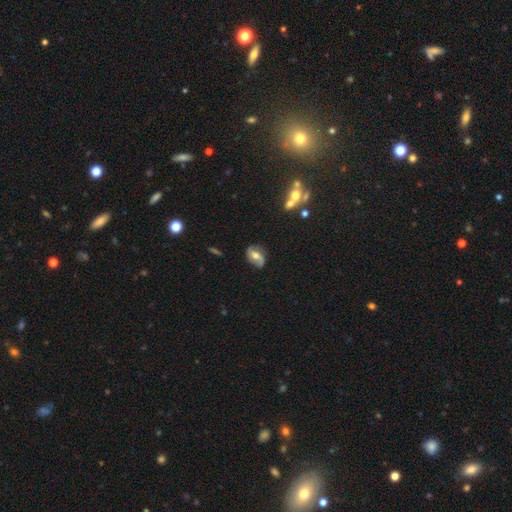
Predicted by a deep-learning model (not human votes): Smooth or featured?
  - featured or disk: 71% *
  - smooth: 21%
  - star or artifact: 8%
Edge-on disk?
  - no: 96% *
  - yes: 4%
Bar?
  - no: 44% *
  - weak: 40%
  - strong: 17%
Spiral arms?
  - yes: 89% *
  - no: 11%
Spiral winding?
  - loose: 45% *
  - medium: 39%
  - tight: 16%
Spiral arm count?
  - 2: 88% *
  - can't tell: 5%
  - 1: 3%
  - 3: 1%
  - 4: 1%
  - more than 4: 1%
Bulge size?
  - moderate: 72% *
  - small: 18%
  - large: 8%
  - none: 2%
  - dominant: 1%
Merging?
  - none: 76% *
  - minor disturbance: 17%
  - major disturbance: 5%
  - merger: 2%